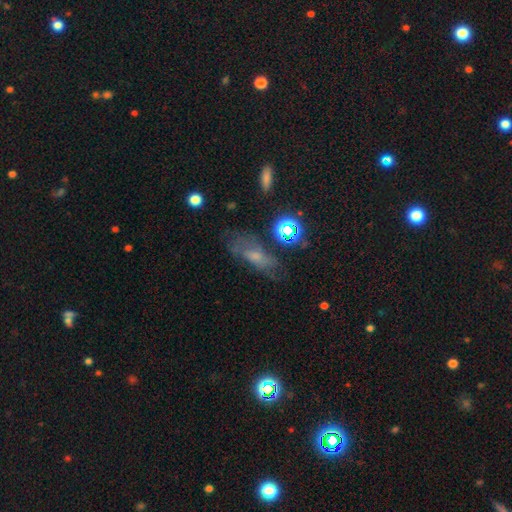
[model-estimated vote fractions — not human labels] A featured or disk galaxy (40%). Merging: none (60%).